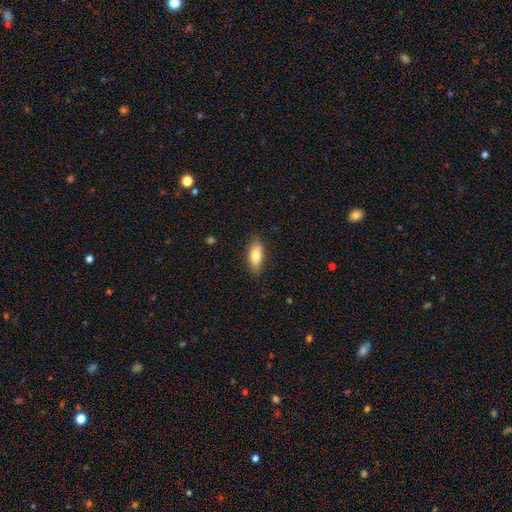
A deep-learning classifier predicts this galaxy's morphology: Smooth or featured?
  - smooth: 76% *
  - featured or disk: 17%
  - star or artifact: 7%
How rounded?
  - in between: 80% *
  - cigar-shaped: 17%
  - round: 3%
Merging?
  - none: 84% *
  - minor disturbance: 12%
  - major disturbance: 2%
  - merger: 1%